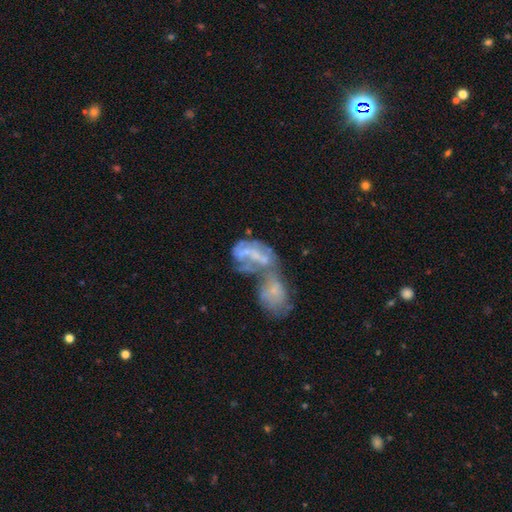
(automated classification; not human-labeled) Morphology: type=featured or disk (62%); edge-on=no (96%); bar=no (65%); spiral arms=yes (51%); bulge=small (43%); merging=merger (75%).